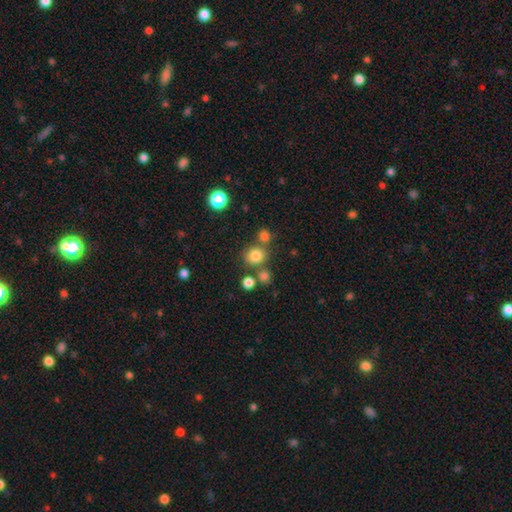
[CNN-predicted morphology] The model was most divided on "merging": none: 69%, merger: 17%, minor disturbance: 10%, major disturbance: 4%. More confident: how rounded — round (83%); smooth or featured — smooth (78%).